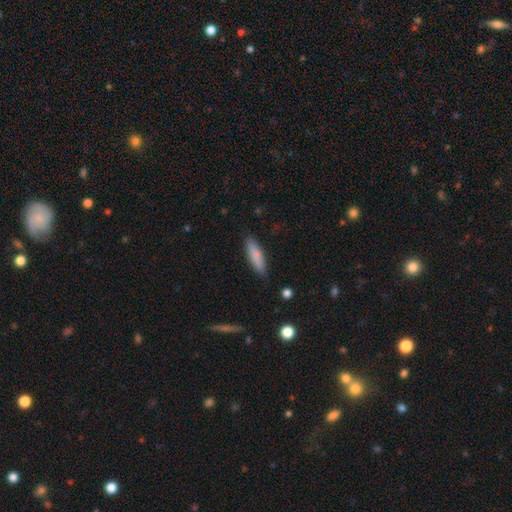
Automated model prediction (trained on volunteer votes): This is clearly a smooth galaxy (82%). How rounded: likely cigar-shaped (66%). Merging: clearly none (86%).